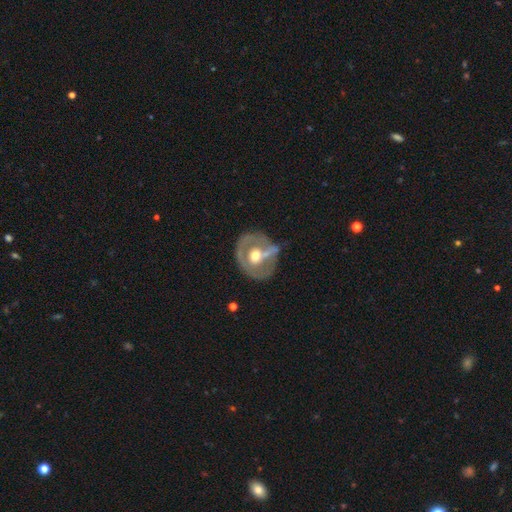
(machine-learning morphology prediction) The model was most divided on "merging": none: 48%, minor disturbance: 25%, major disturbance: 14%, merger: 13%. More confident: edge-on disk — no (95%); bulge size — moderate (77%); spiral arms — no (72%); bar — no (64%); smooth or featured — featured or disk (63%).